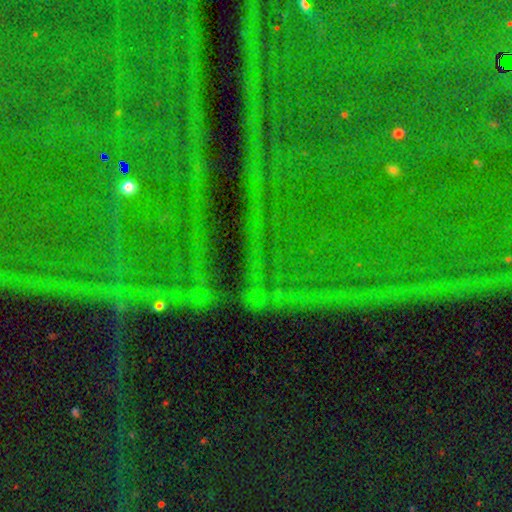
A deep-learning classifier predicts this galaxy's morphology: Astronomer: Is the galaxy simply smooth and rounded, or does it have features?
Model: star or artifact — 82%.